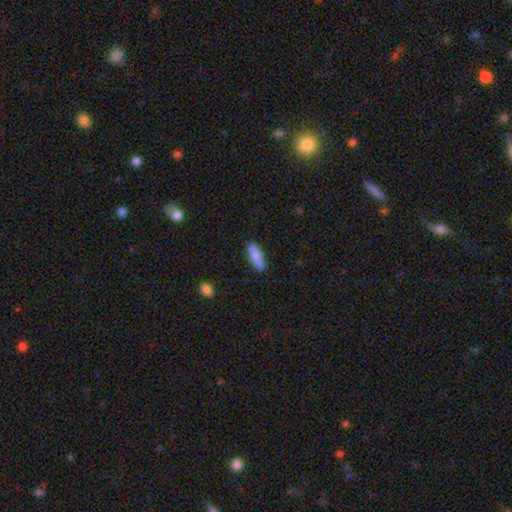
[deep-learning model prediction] Q: Smooth or featured?
A: smooth (84%); runner-up: featured or disk (10%)
Q: How rounded?
A: cigar-shaped (49%); tied with: in between (49%)
Q: Merging?
A: none (86%); runner-up: minor disturbance (10%)